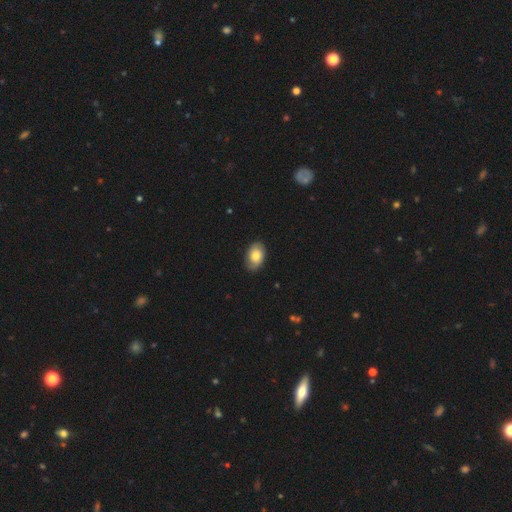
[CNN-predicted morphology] The model was most divided on "smooth or featured": smooth: 74%, featured or disk: 19%, star or artifact: 7%. More confident: how rounded — in between (89%); merging — none (82%).